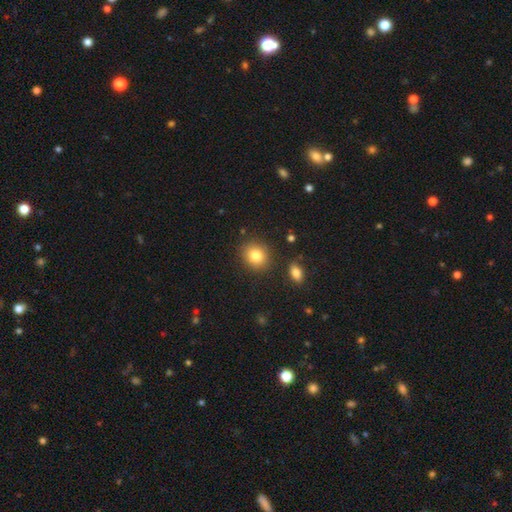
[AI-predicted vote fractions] The model was most divided on "how rounded": round: 76%, in between: 23%, cigar-shaped: 1%. More confident: merging — none (86%); smooth or featured — smooth (82%).